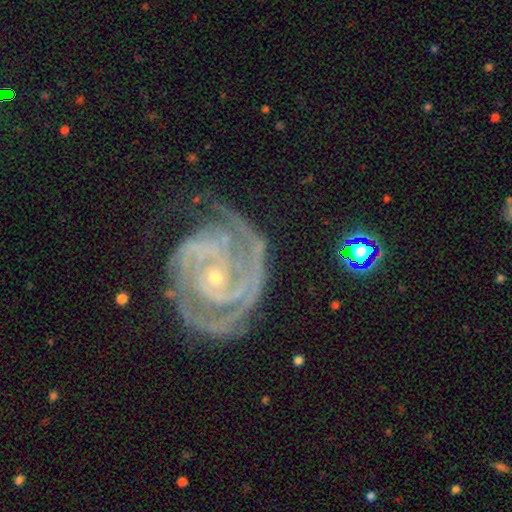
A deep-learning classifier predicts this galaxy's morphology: smooth-or-featured: featured or disk: 91% | star or artifact: 5% | smooth: 3%
  disk-edge-on: no: 97% | yes: 3%
    bar: no: 69% | weak: 21% | strong: 11%
    has-spiral-arms: yes: 98% | no: 2%
      spiral-winding: tight: 76% | medium: 20% | loose: 3%
      spiral-arm-count: 2: 49% | 3: 19% | can't tell: 14% | 4: 7% | 1: 6% | more than 4: 6%
    bulge-size: small: 81% | moderate: 16% | none: 1% | large: 1% | dominant: 1%
  merging: none: 59% | minor disturbance: 23% | major disturbance: 15% | merger: 2%